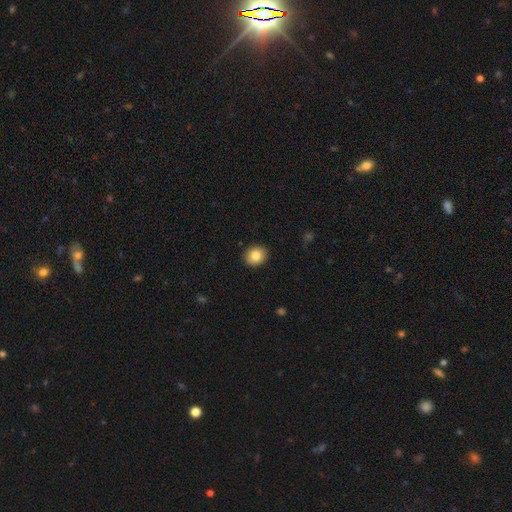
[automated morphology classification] Smooth or featured?
  - smooth: 84% *
  - star or artifact: 8%
  - featured or disk: 8%
How rounded?
  - round: 69% *
  - in between: 31%
  - cigar-shaped: 1%
Merging?
  - none: 92% *
  - minor disturbance: 6%
  - major disturbance: 2%
  - merger: 1%